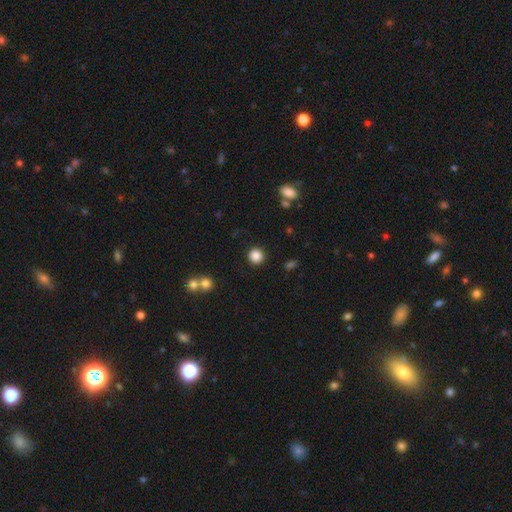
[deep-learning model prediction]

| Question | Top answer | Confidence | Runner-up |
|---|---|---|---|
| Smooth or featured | smooth | 86% | star or artifact (10%) |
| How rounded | round | 93% | in between (6%) |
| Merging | none | 90% | minor disturbance (5%) |